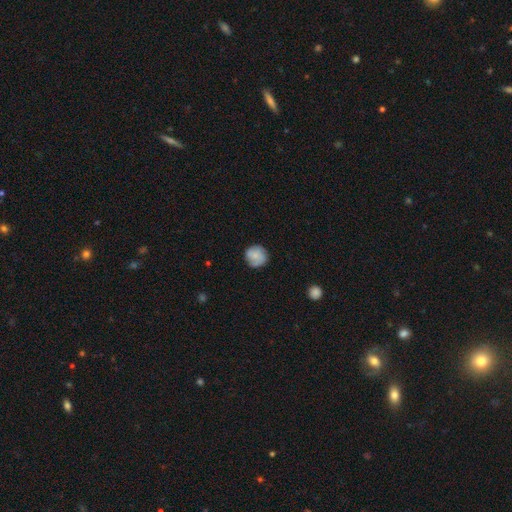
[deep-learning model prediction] smooth 65%, featured or disk 27%, star or artifact 8%. Down the decision tree: how rounded — round (89%); merging — none (77%).